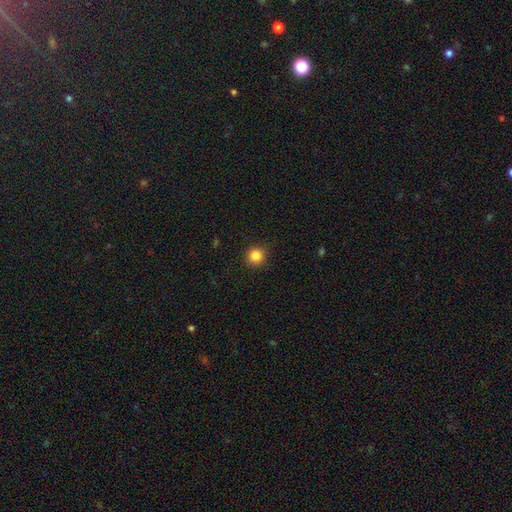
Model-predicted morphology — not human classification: smooth-or-featured: smooth: 85% | star or artifact: 11% | featured or disk: 4%
  how-rounded: round: 93% | in between: 6% | cigar-shaped: 1%
  merging: none: 91% | minor disturbance: 6% | major disturbance: 2% | merger: 1%